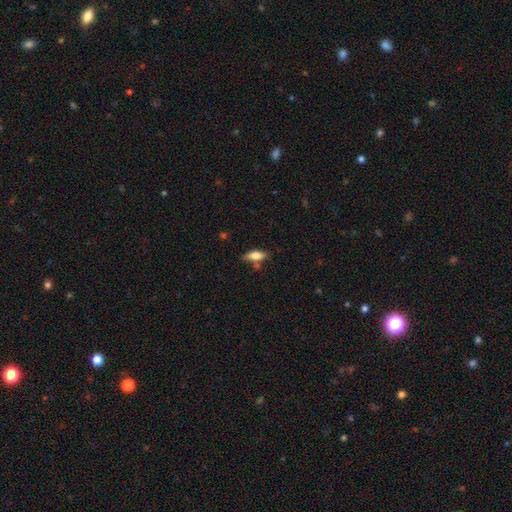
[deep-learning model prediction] A smooth galaxy with no disk features (70%) that is in between round and cigar-shaped (71%). Merging: none (68%).